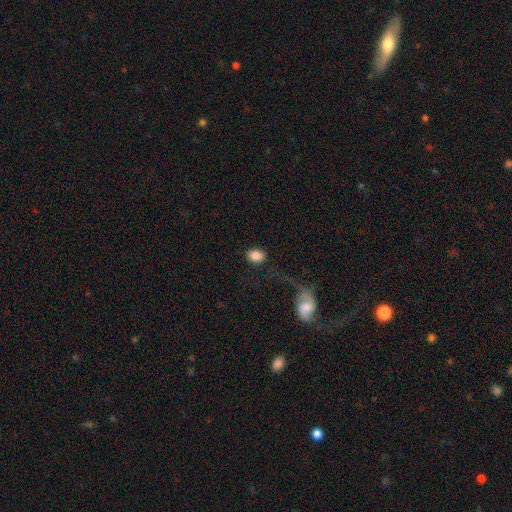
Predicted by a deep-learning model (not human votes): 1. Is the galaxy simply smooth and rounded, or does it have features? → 86% smooth, 7% star or artifact, 7% featured or disk.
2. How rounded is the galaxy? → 74% in between, 24% round, 1% cigar-shaped.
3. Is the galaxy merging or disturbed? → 75% none, 11% minor disturbance, 8% major disturbance, 5% merger.